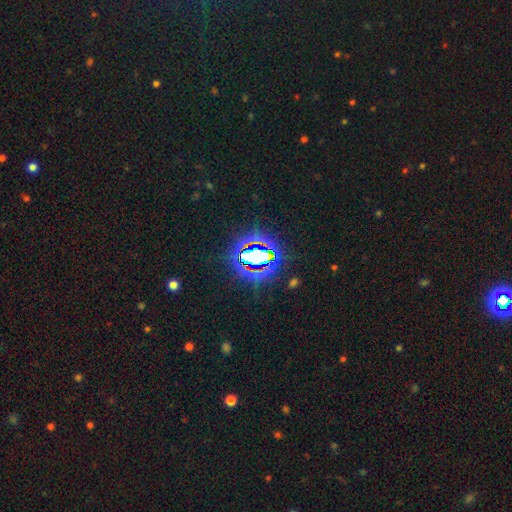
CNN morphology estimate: smooth_or_featured: star or artifact (p=0.68) [alt: smooth p=0.18]